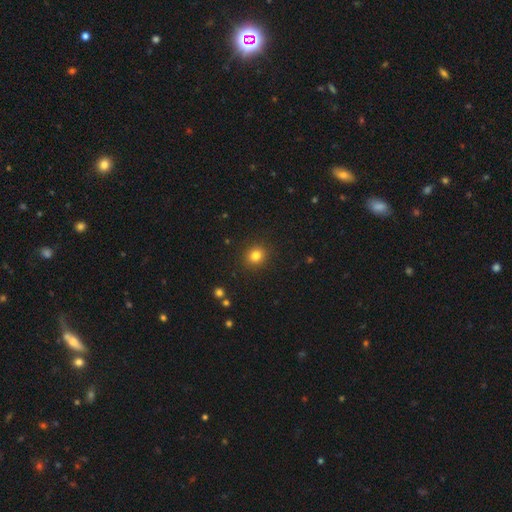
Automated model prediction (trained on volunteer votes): This is clearly a smooth galaxy (82%). How rounded: likely round (80%). Merging: clearly none (91%).